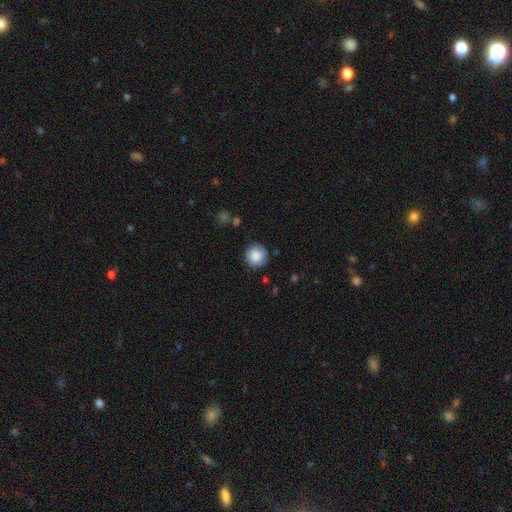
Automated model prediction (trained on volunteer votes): Smooth or featured? smooth (87%)
How rounded? round (94%)
Merging? none (86%)